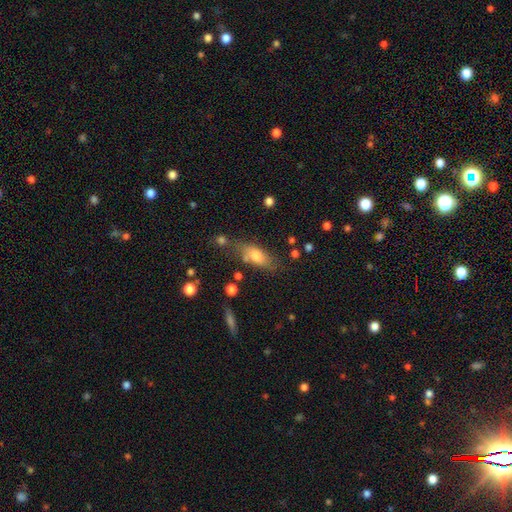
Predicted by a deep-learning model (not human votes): Overall: smooth (74%). How rounded: in between (76%). Merging: none (60%; minor disturbance 21%).